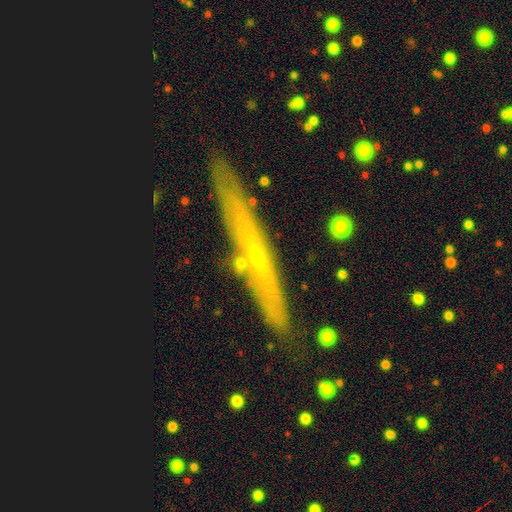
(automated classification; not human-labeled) This is possibly a featured or disk galaxy (59%). It is clearly viewed edge-on (87%). Edge-on bulge: likely none (62%). Merging: clearly none (86%).